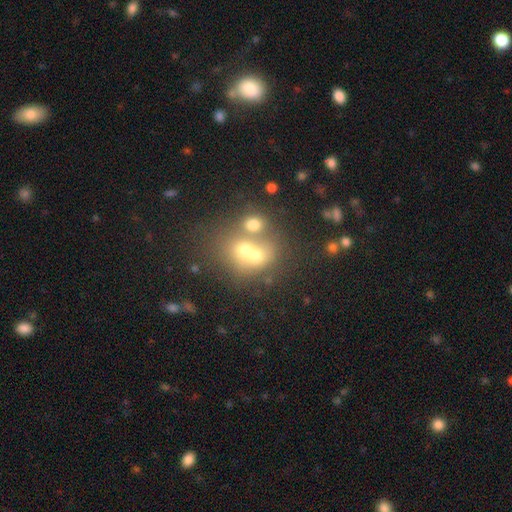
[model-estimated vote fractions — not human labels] smooth_or_featured: smooth (p=0.61) [alt: featured or disk p=0.23]
how_rounded: round (p=0.68) [alt: in between p=0.31]
merging: merger (p=0.62) [alt: none p=0.27]